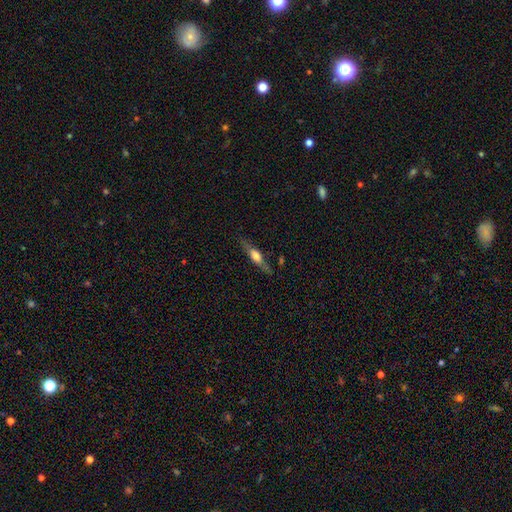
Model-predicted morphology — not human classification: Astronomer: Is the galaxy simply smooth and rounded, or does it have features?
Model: featured or disk — 56% (runner-up: smooth, 38%).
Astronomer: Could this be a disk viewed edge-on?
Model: yes — 91%.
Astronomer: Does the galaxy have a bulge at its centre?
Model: rounded — 84%.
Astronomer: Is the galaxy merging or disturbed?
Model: none — 81%.